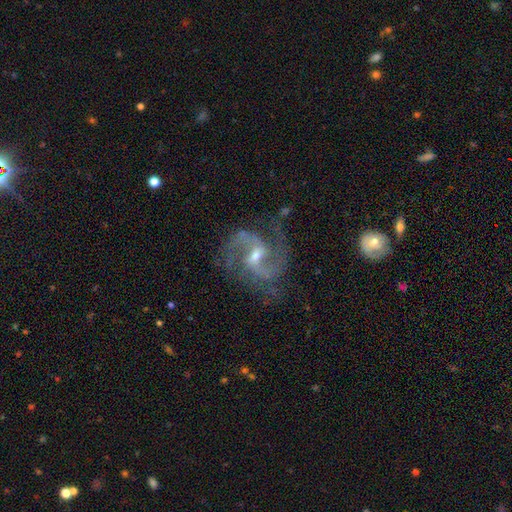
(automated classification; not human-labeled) This is clearly a featured or disk galaxy (92%). It is clearly not viewed edge-on (98%). Bar: possibly weak (57%). Spiral arm pattern: clearly yes (98%). Spiral arm count: clearly 2 (86%). Spiral winding: likely medium (65%). Central bulge: possibly small (48%). Merging: likely none (74%).